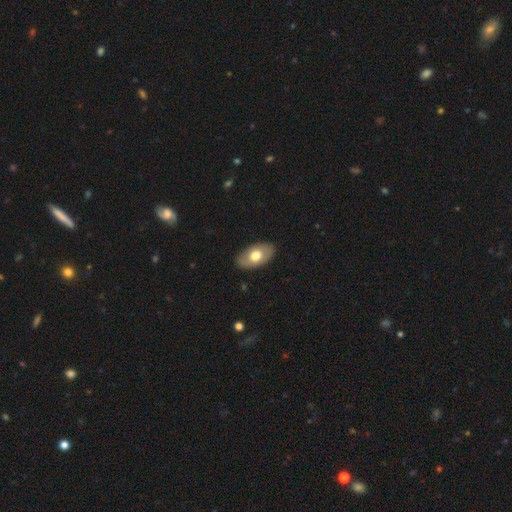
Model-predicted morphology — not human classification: Smooth or featured? smooth (66%)
How rounded? in between (93%)
Merging? none (86%)